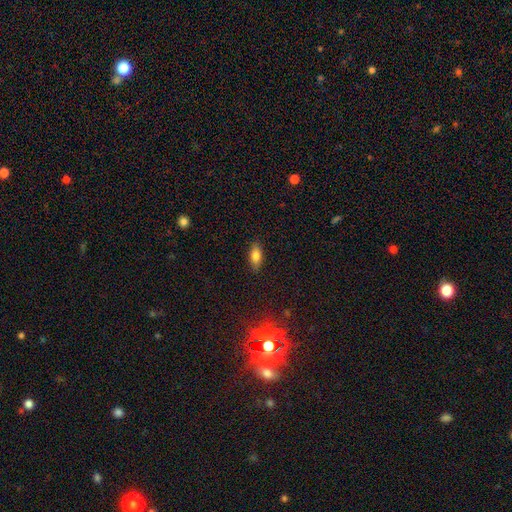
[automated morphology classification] Smooth or featured? Predicted: smooth (p=0.78). How rounded? Predicted: in between (p=0.81). Merging? Predicted: none (p=0.86).